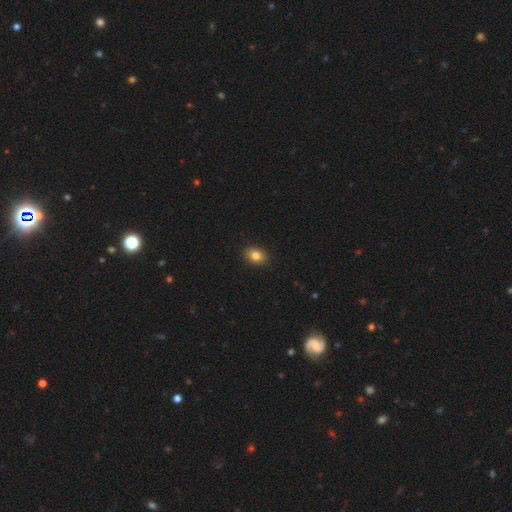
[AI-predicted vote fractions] Overall: smooth (83%). How rounded: in between (68%; round 31%). Merging: none (90%).